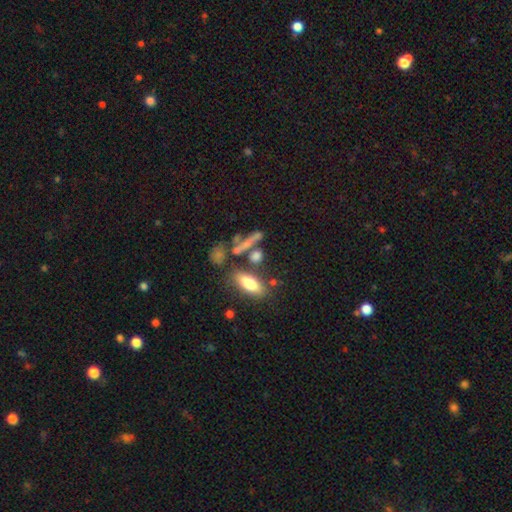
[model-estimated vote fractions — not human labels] A smooth galaxy with no disk features (67%) that is in between round and cigar-shaped (47%).

Vote fractions:
- Smooth or featured? smooth: 67% / featured or disk: 20% / star or artifact: 13%
- How rounded? in between: 47% / cigar-shaped: 42% / round: 11%
- Merging? none: 58% / merger: 22% / minor disturbance: 12% / major disturbance: 7%